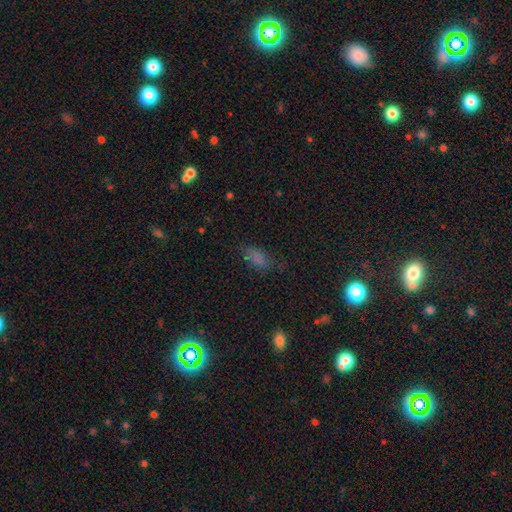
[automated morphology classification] Smooth or featured? smooth (64%)
How rounded? in between (80%)
Merging? none (65%)